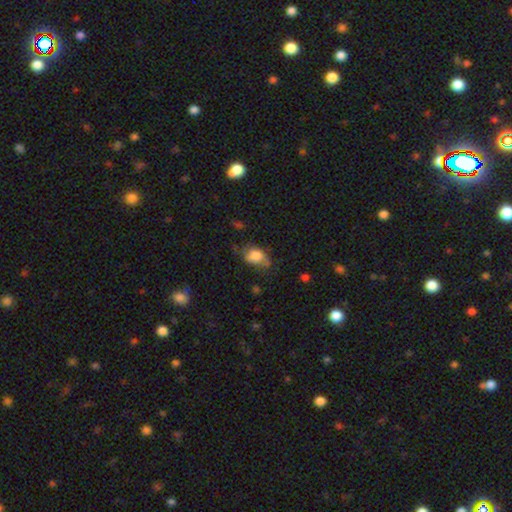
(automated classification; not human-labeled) Overall: smooth (73%). How rounded: in between (73%). Merging: none (46%; minor disturbance 34%).